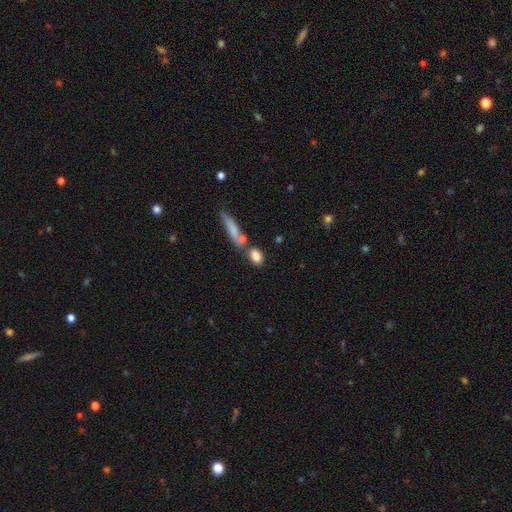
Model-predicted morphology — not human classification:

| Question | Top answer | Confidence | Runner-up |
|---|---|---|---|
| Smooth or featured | smooth | 83% | featured or disk (9%) |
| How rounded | in between | 73% | round (16%) |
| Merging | none | 57% | merger (26%) |